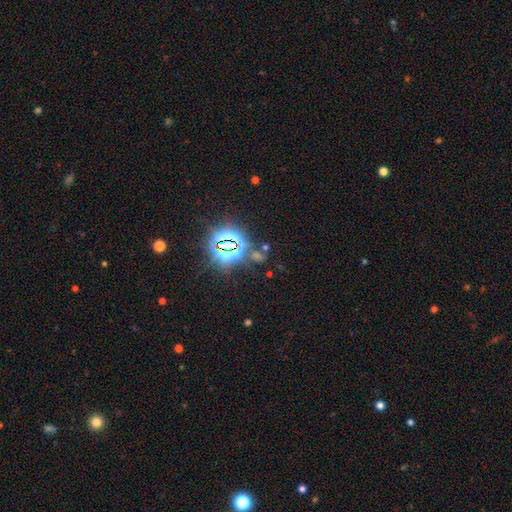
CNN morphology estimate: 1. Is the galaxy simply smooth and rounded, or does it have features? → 80% star or artifact, 12% smooth, 8% featured or disk.